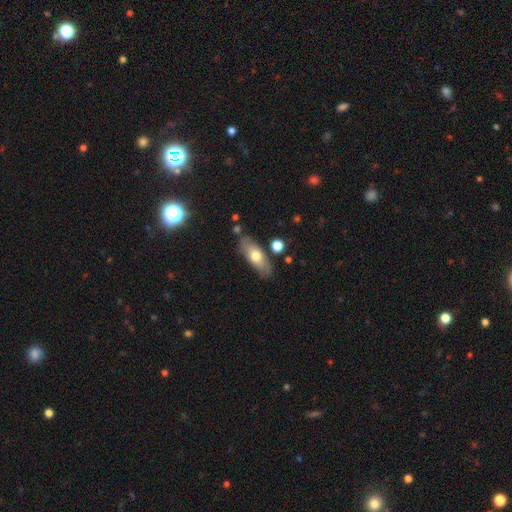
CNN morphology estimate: Smooth or featured?
  - smooth: 59% *
  - featured or disk: 35%
  - star or artifact: 6%
How rounded?
  - in between: 71% *
  - cigar-shaped: 26%
  - round: 3%
Merging?
  - none: 77% *
  - minor disturbance: 15%
  - merger: 5%
  - major disturbance: 3%